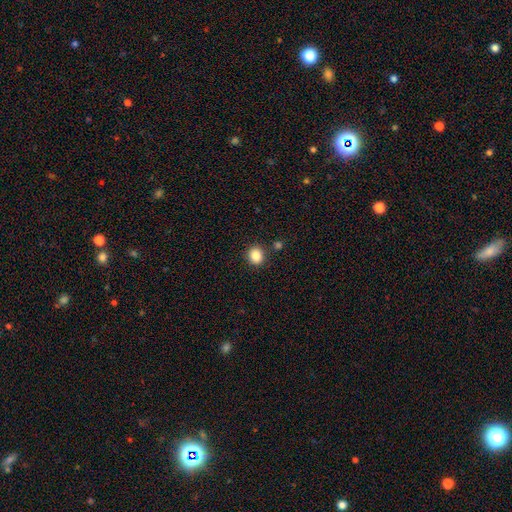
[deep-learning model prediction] This is clearly a smooth galaxy (86%). How rounded: likely round (80%). Merging: clearly none (86%).